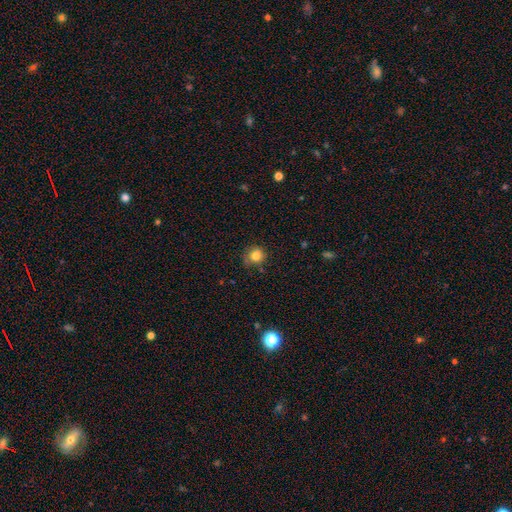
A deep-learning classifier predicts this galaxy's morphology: A smooth galaxy with no disk features (82%) that is round (89%). Merging: none (77%).